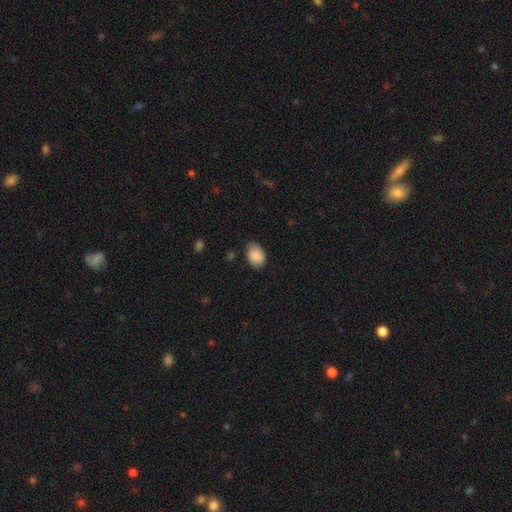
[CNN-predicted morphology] type=smooth (86%); roundness=in between (81%); merging=none (68%).